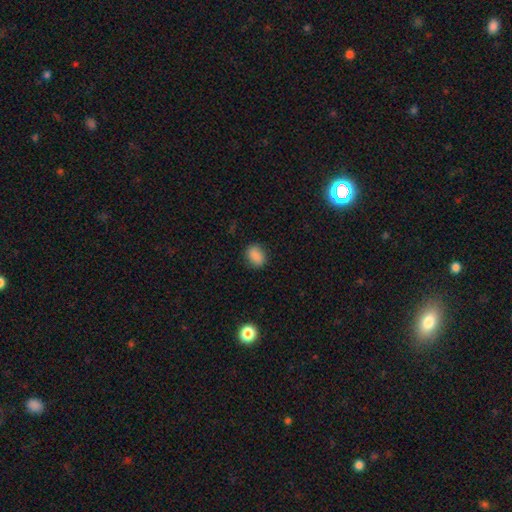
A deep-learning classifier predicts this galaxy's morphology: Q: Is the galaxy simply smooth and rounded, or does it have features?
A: smooth — 87%.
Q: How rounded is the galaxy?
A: in between — 70%.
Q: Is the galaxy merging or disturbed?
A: none — 86%.